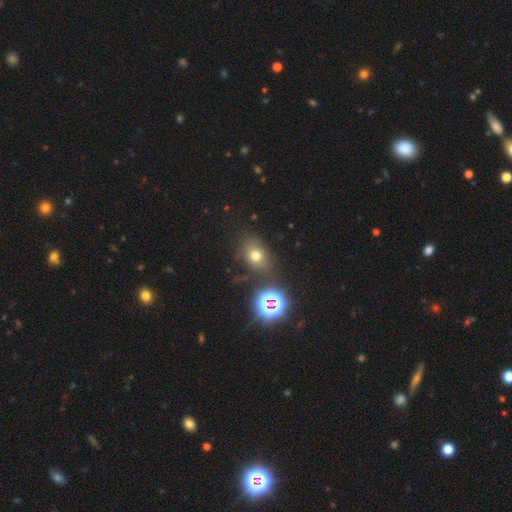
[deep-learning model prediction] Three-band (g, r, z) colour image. It shows a smooth galaxy with no disk features (66%) that is in between round and cigar-shaped (55%). Merging: none (76%).